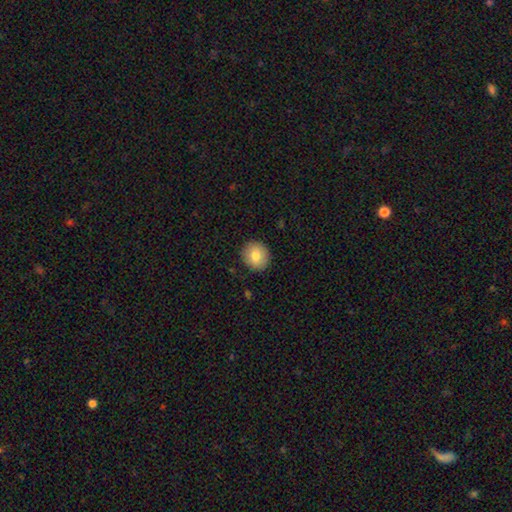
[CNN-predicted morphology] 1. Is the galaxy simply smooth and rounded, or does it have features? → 80% smooth, 12% featured or disk, 8% star or artifact.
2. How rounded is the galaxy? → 83% round, 16% in between, 1% cigar-shaped.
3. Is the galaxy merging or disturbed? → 90% none, 7% minor disturbance, 2% major disturbance, 1% merger.